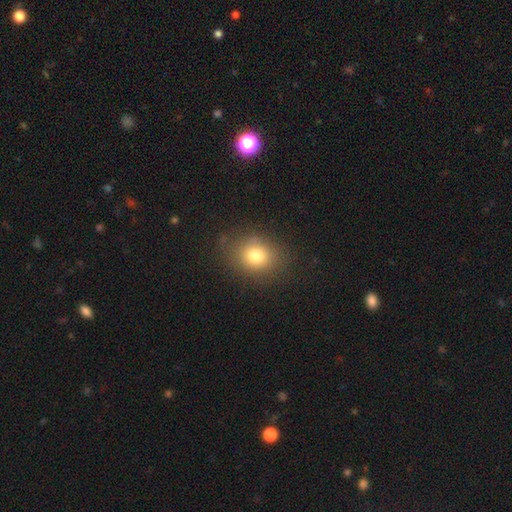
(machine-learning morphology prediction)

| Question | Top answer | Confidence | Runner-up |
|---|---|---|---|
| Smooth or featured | smooth | 77% | star or artifact (13%) |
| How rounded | round | 63% | in between (36%) |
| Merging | none | 79% | minor disturbance (14%) |